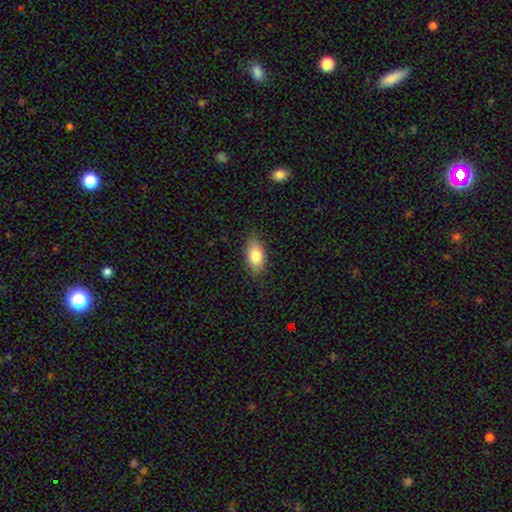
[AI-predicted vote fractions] A smooth galaxy with no disk features (81%) that is in between round and cigar-shaped (90%).

Vote fractions:
- Smooth or featured? smooth: 81% / featured or disk: 11% / star or artifact: 7%
- How rounded? in between: 90% / round: 5% / cigar-shaped: 5%
- Merging? none: 84% / minor disturbance: 12% / major disturbance: 3% / merger: 1%